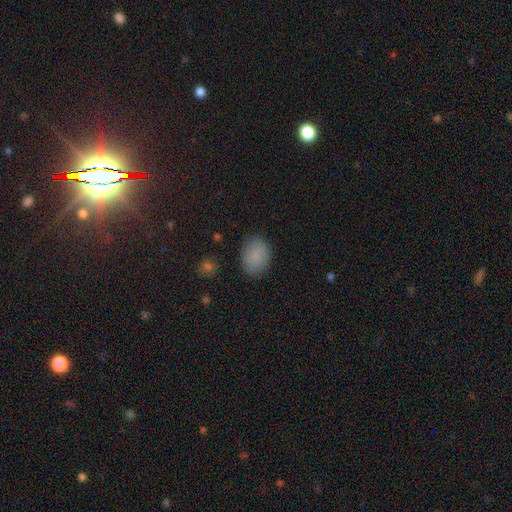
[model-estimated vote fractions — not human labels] A smooth galaxy with no disk features (86%) that is in between round and cigar-shaped (77%). Merging: none (85%).